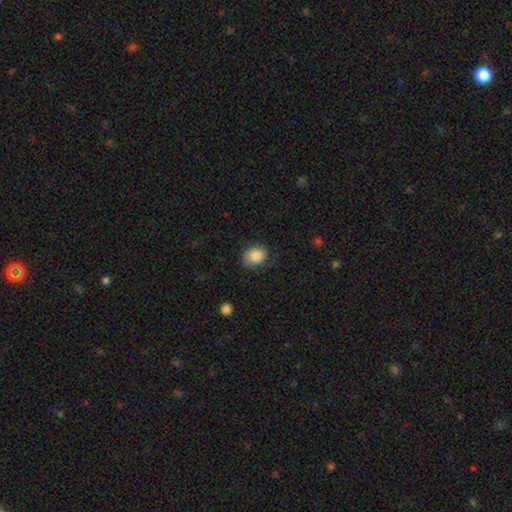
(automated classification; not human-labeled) smooth-or-featured: smooth: 85% | star or artifact: 8% | featured or disk: 7%
  how-rounded: in between: 61% | round: 38% | cigar-shaped: 1%
  merging: none: 72% | minor disturbance: 21% | major disturbance: 6% | merger: 1%